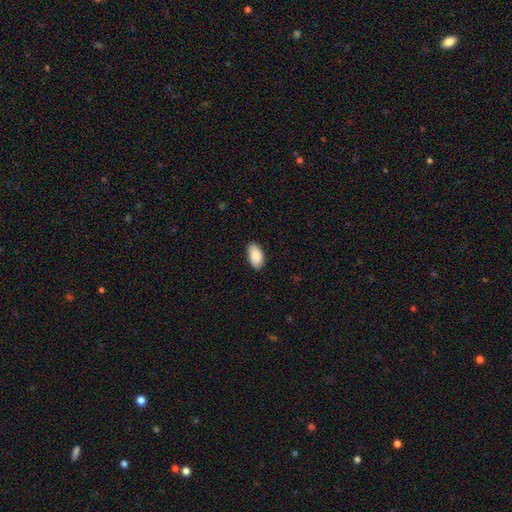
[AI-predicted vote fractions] Smooth or featured? smooth (89%)
How rounded? in between (95%)
Merging? none (86%)